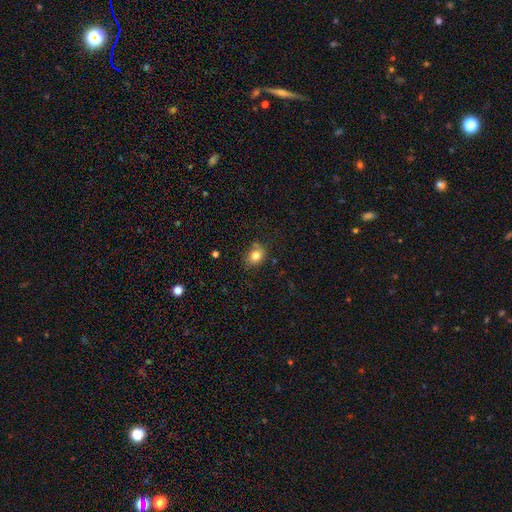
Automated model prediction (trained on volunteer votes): Smooth or featured? Predicted: smooth (p=0.82). How rounded? Predicted: in between (p=0.57). Merging? Predicted: none (p=0.72).